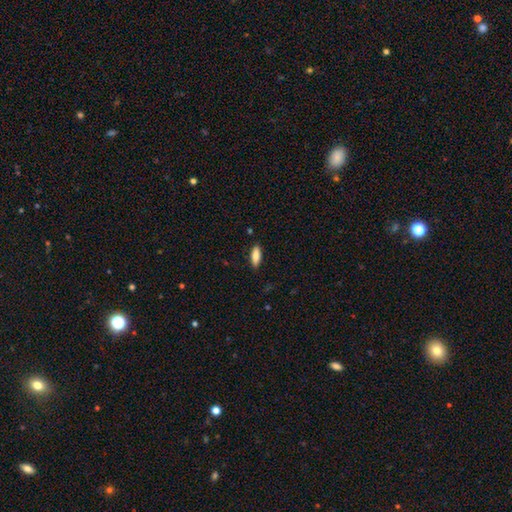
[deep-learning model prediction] smooth_or_featured: smooth (p=0.84) [alt: featured or disk p=0.10]
how_rounded: in between (p=0.66) [alt: cigar-shaped p=0.32]
merging: none (p=0.88) [alt: minor disturbance p=0.09]